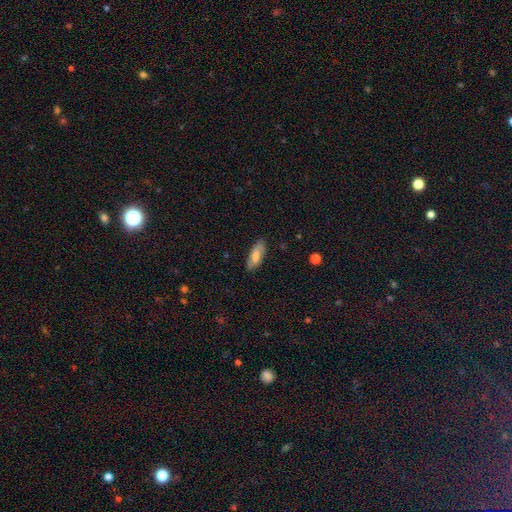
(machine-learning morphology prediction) The model was most divided on "smooth or featured": smooth: 69%, featured or disk: 24%, star or artifact: 7%. More confident: merging — none (82%); how rounded — in between (77%).